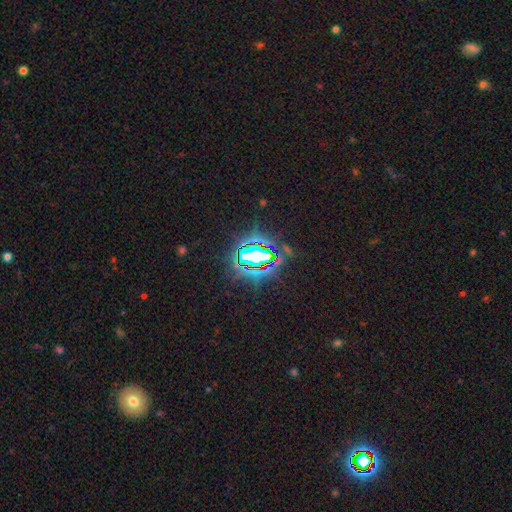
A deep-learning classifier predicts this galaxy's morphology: smooth-or-featured: star or artifact: 79% | featured or disk: 11% | smooth: 11%